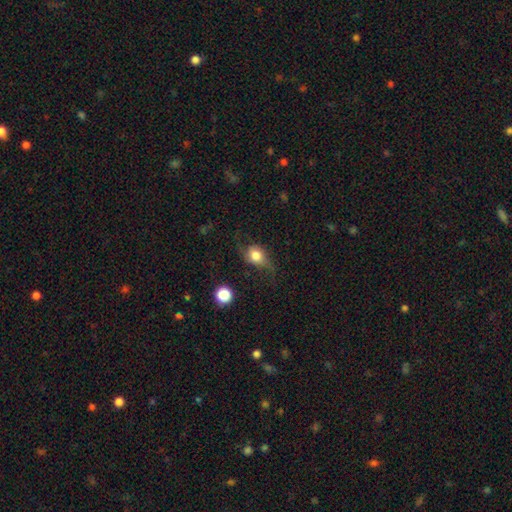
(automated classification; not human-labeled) Smooth or featured? smooth (56%)
How rounded? round (54%)
Merging? none (51%)